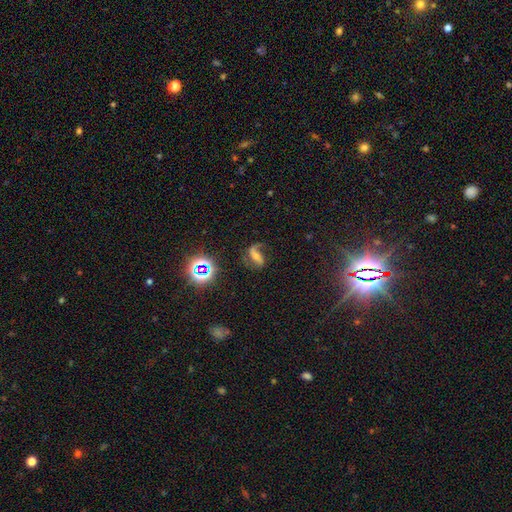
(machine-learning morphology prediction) This is likely a featured or disk galaxy (65%). It is clearly not viewed edge-on (94%). Bar: possibly strong (49%). Spiral arm pattern: clearly yes (90%). Spiral arm count: likely 2 (66%). Spiral winding: possibly loose (60%). Central bulge: marginally small (43%). Merging: possibly none (56%).